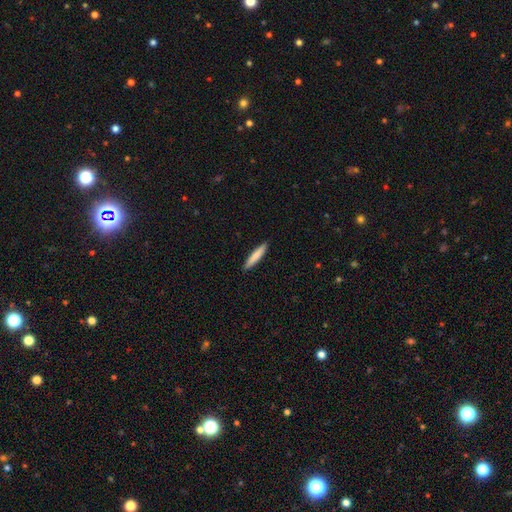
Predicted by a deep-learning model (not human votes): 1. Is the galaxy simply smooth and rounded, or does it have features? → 80% smooth, 15% featured or disk, 5% star or artifact.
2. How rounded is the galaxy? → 92% cigar-shaped, 7% in between, 1% round.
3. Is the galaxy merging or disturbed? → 91% none, 6% minor disturbance, 1% major disturbance, 1% merger.